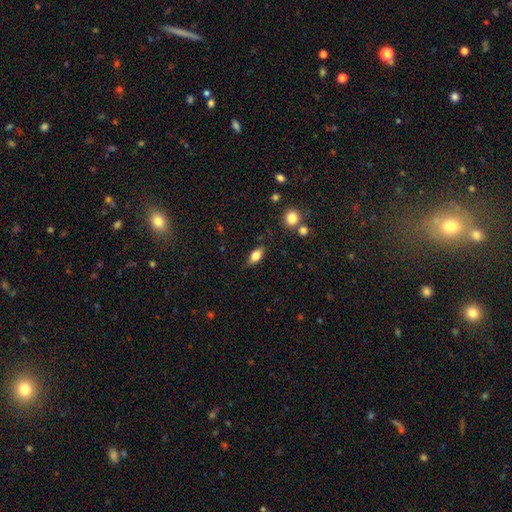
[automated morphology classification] This appears to be a smooth galaxy with no disk features (76%) that is in between round and cigar-shaped (85%). Merging: none (80%).